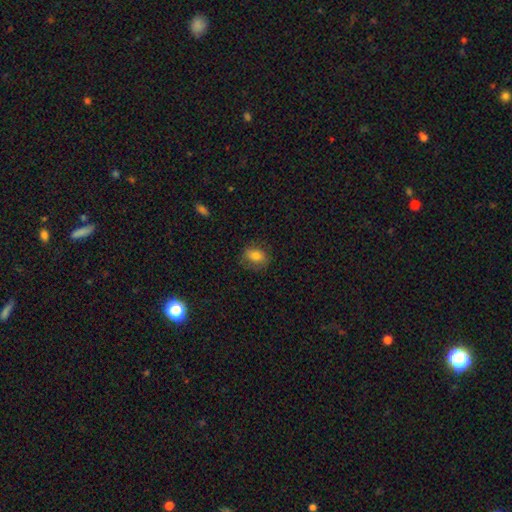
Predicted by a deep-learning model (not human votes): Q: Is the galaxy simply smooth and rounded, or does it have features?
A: smooth — 77%.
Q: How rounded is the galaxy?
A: in between — 54%.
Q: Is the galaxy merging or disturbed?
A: none — 79%.